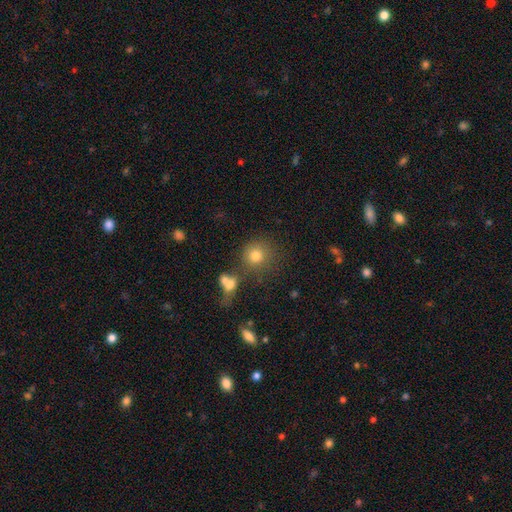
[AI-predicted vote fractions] Q: Smooth or featured?
A: smooth (77%); runner-up: star or artifact (13%)
Q: How rounded?
A: round (88%); runner-up: in between (11%)
Q: Merging?
A: none (69%); runner-up: merger (14%)